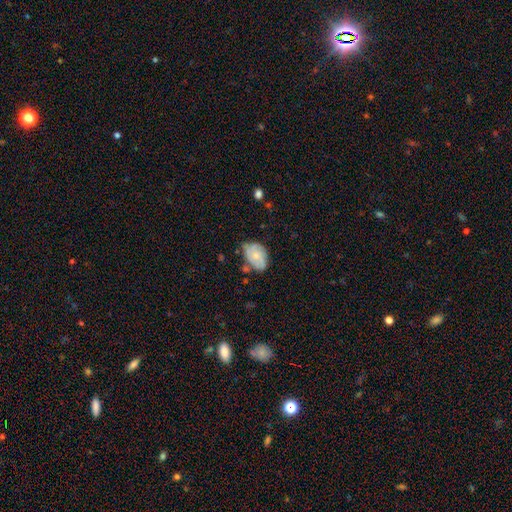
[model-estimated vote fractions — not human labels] Morphology: type=featured or disk (48%); merging=none (51%).